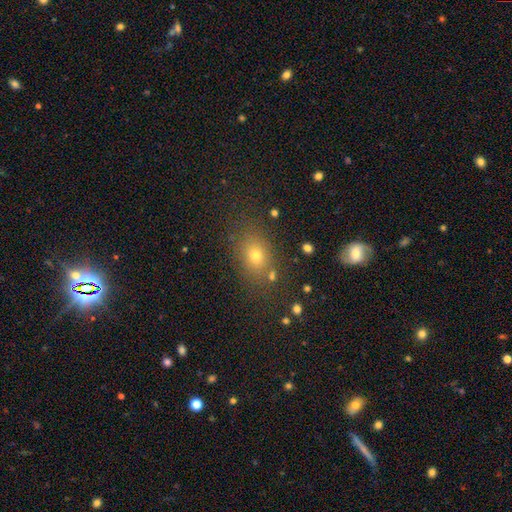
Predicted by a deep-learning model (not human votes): smooth-or-featured: smooth: 69% | star or artifact: 18% | featured or disk: 12%
  how-rounded: in between: 64% | round: 34% | cigar-shaped: 2%
  merging: none: 77% | minor disturbance: 13% | merger: 6% | major disturbance: 5%